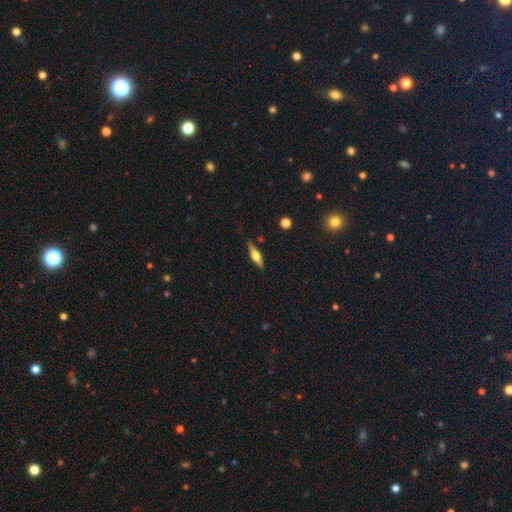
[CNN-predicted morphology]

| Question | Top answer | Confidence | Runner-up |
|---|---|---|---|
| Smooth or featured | featured or disk | 61% | smooth (33%) |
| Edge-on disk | yes | 95% | no (5%) |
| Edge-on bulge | rounded | 92% | boxy (6%) |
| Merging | none | 86% | minor disturbance (10%) |